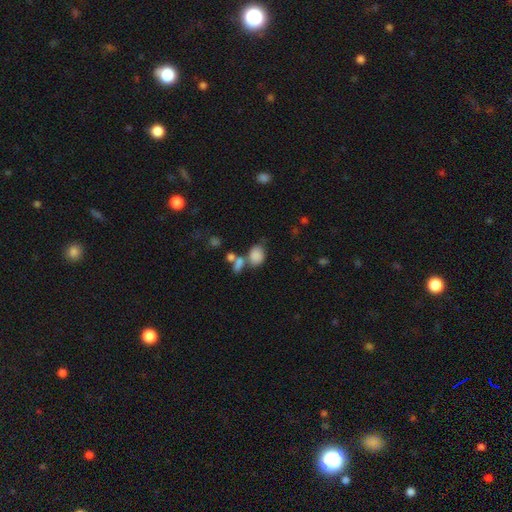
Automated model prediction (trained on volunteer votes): smooth_or_featured: smooth (p=0.82) [alt: star or artifact p=0.10]
how_rounded: in between (p=0.67) [alt: round p=0.32]
merging: none (p=0.44) [alt: merger p=0.31]